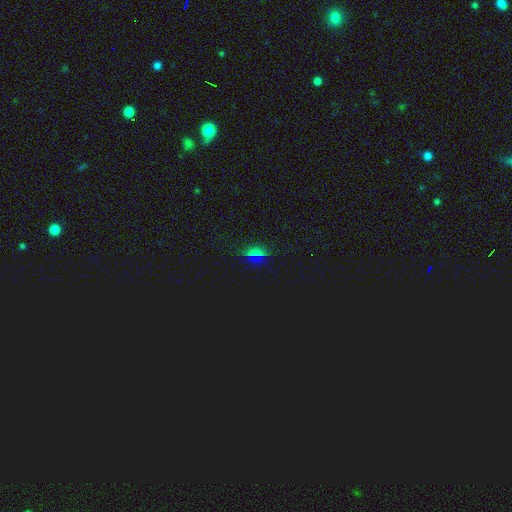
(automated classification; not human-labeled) This appears to be a star or artifact, not a galaxy (45%, tied with smooth).